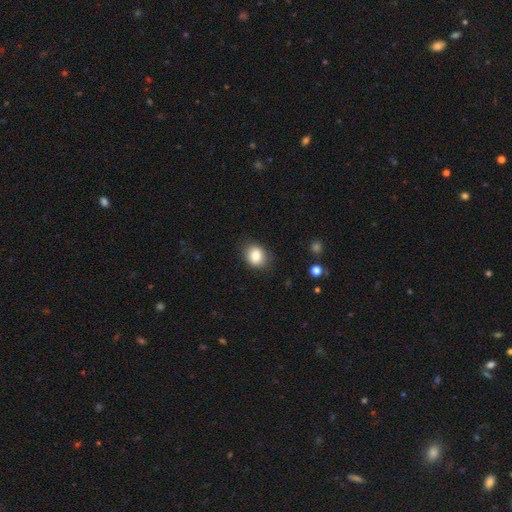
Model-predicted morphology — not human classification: A smooth galaxy with no disk features (84%) that is round (54%). Merging: none (84%).